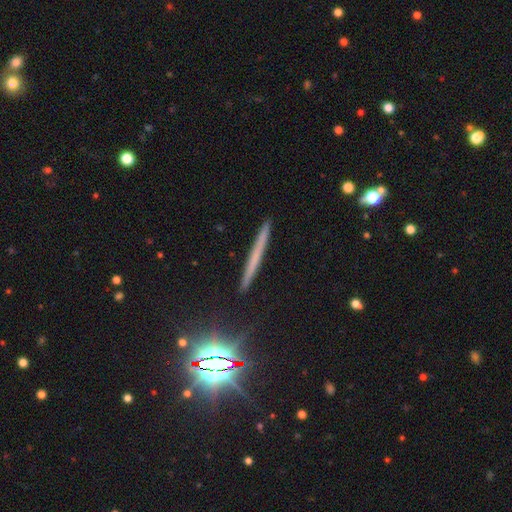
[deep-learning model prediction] smooth 41%, featured or disk 40%, star or artifact 19%. Down the decision tree: merging — none (90%).